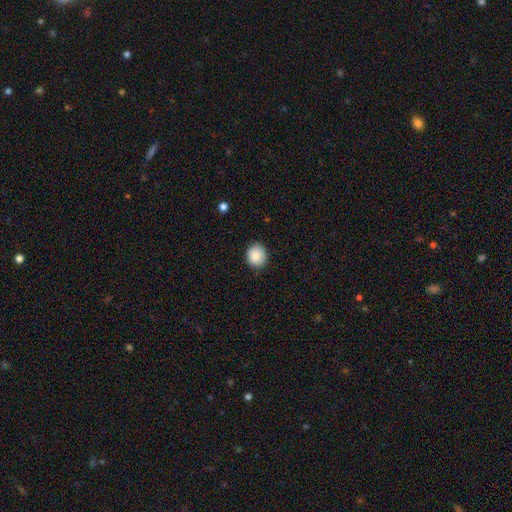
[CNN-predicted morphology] Q: Smooth or featured?
A: smooth (87%); runner-up: star or artifact (8%)
Q: How rounded?
A: round (81%); runner-up: in between (18%)
Q: Merging?
A: none (86%); runner-up: minor disturbance (11%)